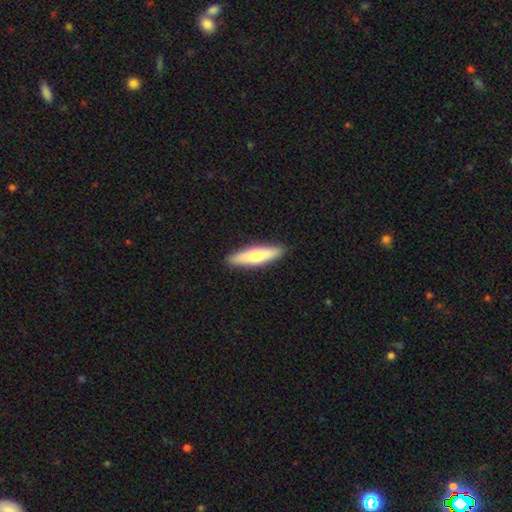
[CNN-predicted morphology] smooth 68%, featured or disk 27%, star or artifact 5%. Down the decision tree: how rounded — cigar-shaped (74%); merging — none (90%).